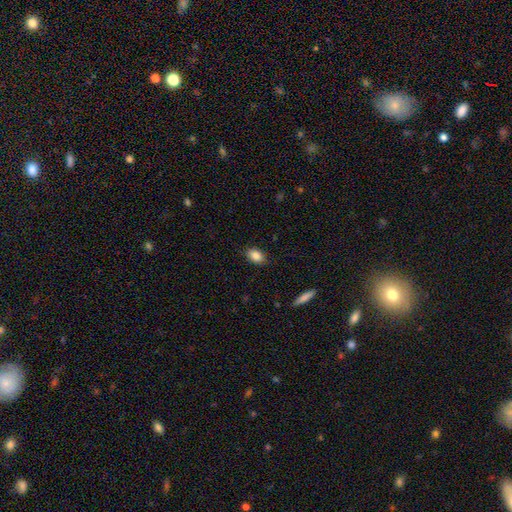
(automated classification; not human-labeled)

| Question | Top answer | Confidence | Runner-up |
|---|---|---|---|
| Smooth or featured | smooth | 86% | star or artifact (8%) |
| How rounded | in between | 84% | round (14%) |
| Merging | none | 86% | minor disturbance (10%) |